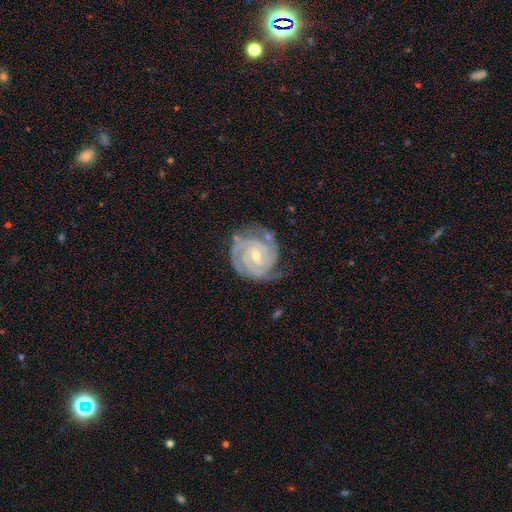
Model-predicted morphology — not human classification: This is clearly a featured or disk galaxy (92%). It is clearly not viewed edge-on (98%). Bar: possibly weak (49%). Spiral arm pattern: clearly yes (99%). Spiral arm count: marginally 2 (39%). Spiral winding: clearly tight (83%). Central bulge: possibly small (58%). Merging: likely none (71%).